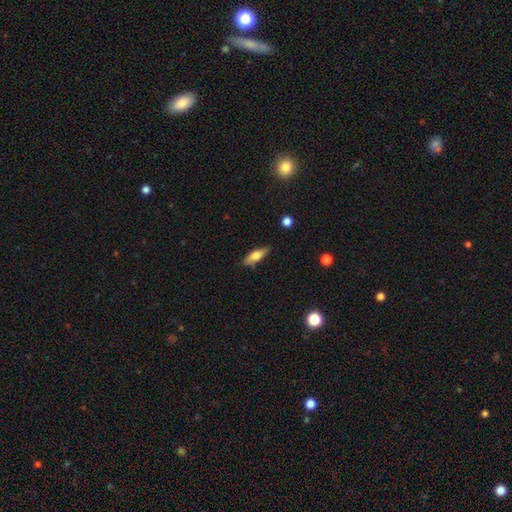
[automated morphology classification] smooth_or_featured: smooth (p=0.63) [alt: featured or disk p=0.30]
how_rounded: in between (p=0.56) [alt: cigar-shaped p=0.41]
merging: none (p=0.79) [alt: minor disturbance p=0.16]